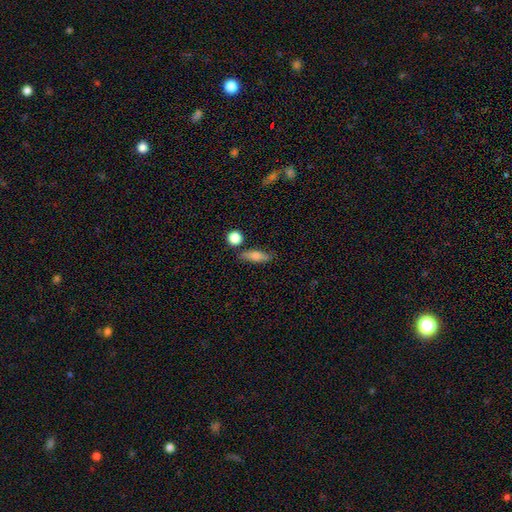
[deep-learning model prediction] This appears to be a smooth galaxy with no disk features (68%) that is in between round and cigar-shaped (49%). Merging: none (75%).